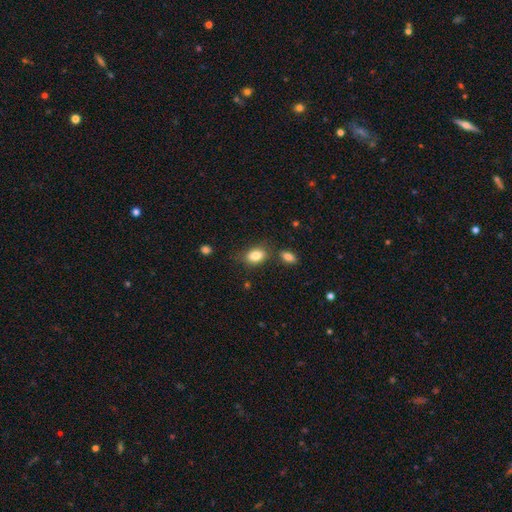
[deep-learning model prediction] smooth 84%, star or artifact 8%, featured or disk 7%. Down the decision tree: how rounded — in between (85%); merging — none (70%).